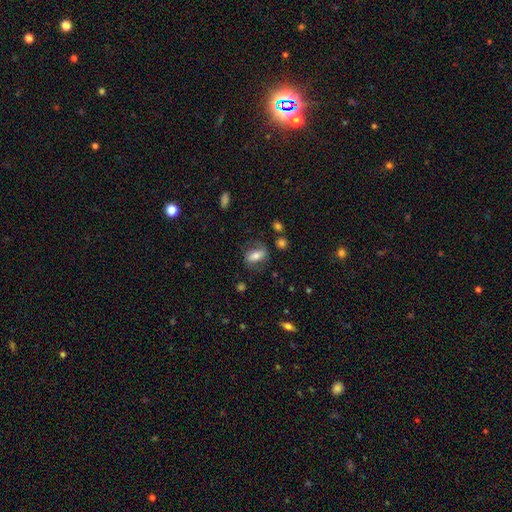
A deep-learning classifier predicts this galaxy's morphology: Smooth or featured? smooth (59%)
How rounded? in between (80%)
Merging? none (66%)